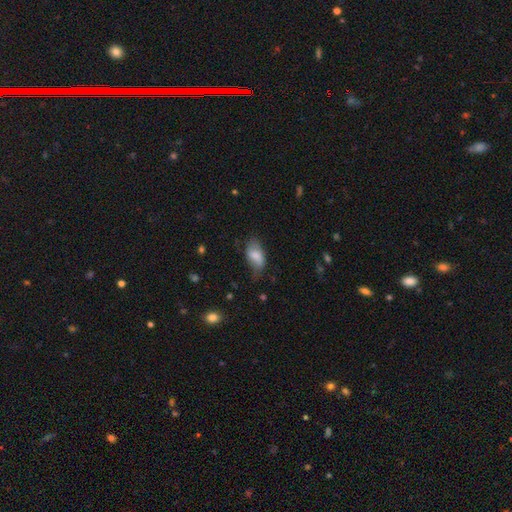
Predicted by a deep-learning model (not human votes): This appears to be a smooth galaxy with no disk features (72%) that is in between round and cigar-shaped (92%). Merging: none (50%).